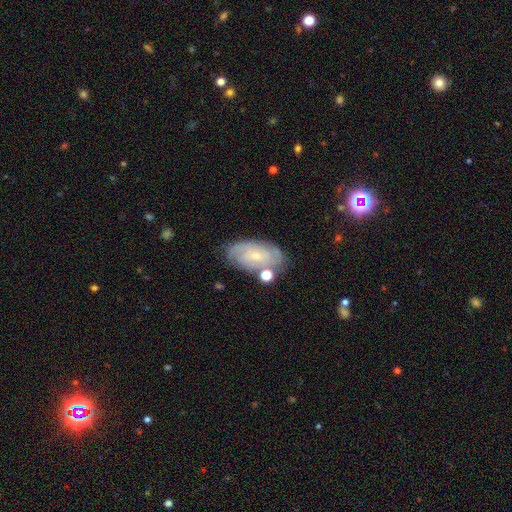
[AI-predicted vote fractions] A featured or disk galaxy (66%) with no bar (69%), tight (65%) spiral arms (87%) and a small central bulge (72%). Merging: none (69%).